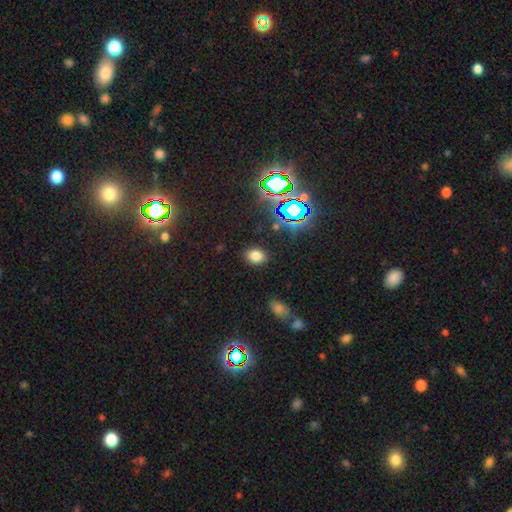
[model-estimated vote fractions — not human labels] The model was most divided on "how rounded": in between: 72%, round: 26%, cigar-shaped: 1%. More confident: merging — none (87%); smooth or featured — smooth (75%).